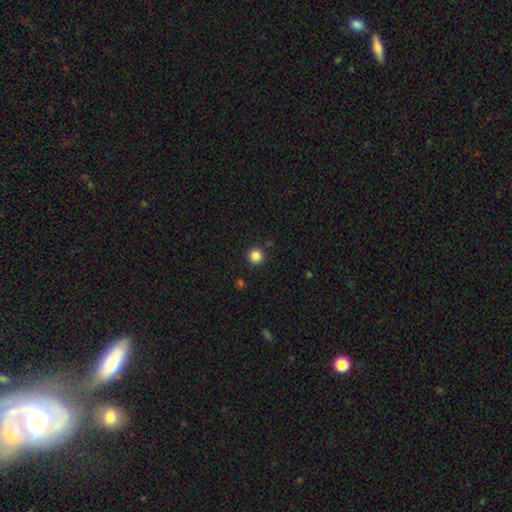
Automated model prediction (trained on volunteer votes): smooth 85%, star or artifact 11%, featured or disk 4%. Down the decision tree: how rounded — round (96%); merging — none (91%).